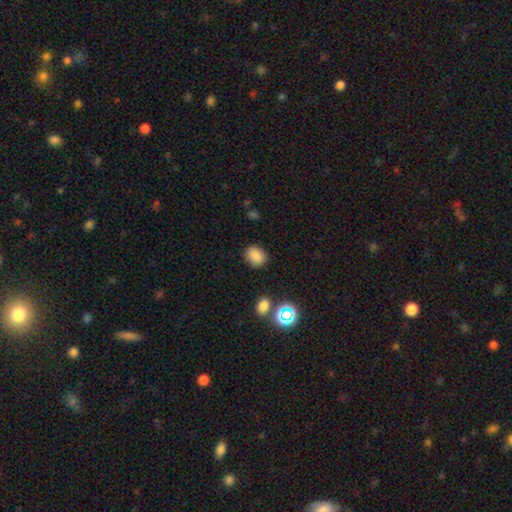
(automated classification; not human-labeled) The model was most divided on "how rounded": round: 61%, in between: 38%, cigar-shaped: 1%. More confident: merging — none (85%); smooth or featured — smooth (83%).